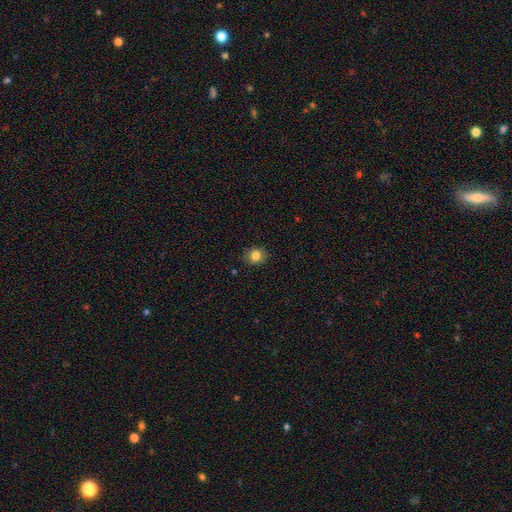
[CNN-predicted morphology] Smooth or featured: smooth — 83% (star or artifact — 11%)
How rounded: round — 78% (in between — 21%)
Merging: none — 87% (minor disturbance — 10%)